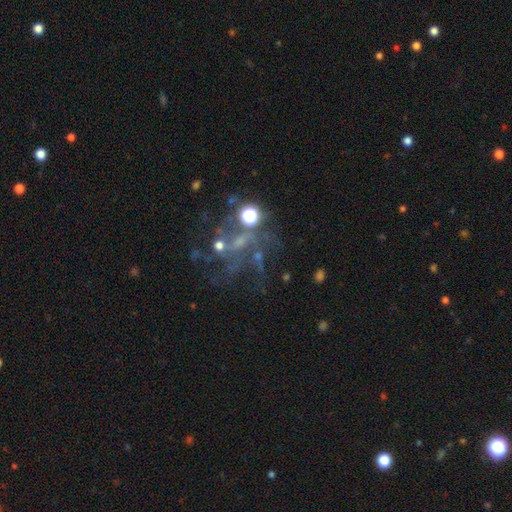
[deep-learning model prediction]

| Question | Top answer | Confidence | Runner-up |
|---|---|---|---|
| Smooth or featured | featured or disk | 51% | star or artifact (36%) |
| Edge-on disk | no | 96% | yes (4%) |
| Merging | none | 43% | major disturbance (31%) |